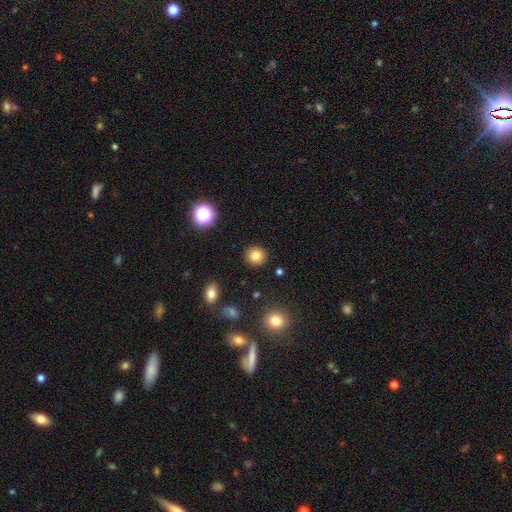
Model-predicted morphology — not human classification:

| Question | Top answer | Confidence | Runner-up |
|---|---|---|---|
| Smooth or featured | smooth | 82% | star or artifact (12%) |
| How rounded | round | 91% | in between (8%) |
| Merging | none | 91% | minor disturbance (6%) |